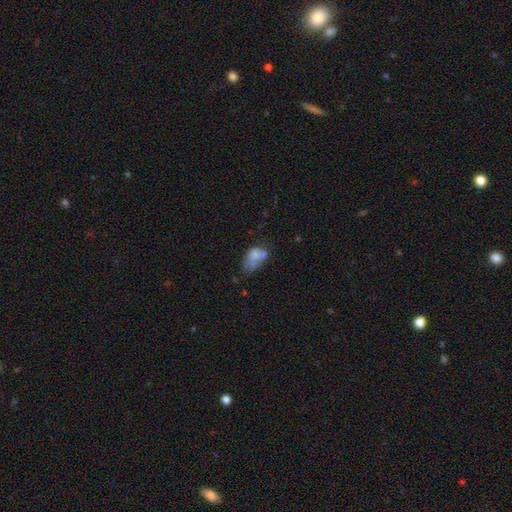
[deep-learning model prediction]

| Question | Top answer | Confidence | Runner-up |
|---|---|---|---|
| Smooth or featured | smooth | 63% | featured or disk (27%) |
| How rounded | in between | 87% | round (11%) |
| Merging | merger | 30% | none (25%) |